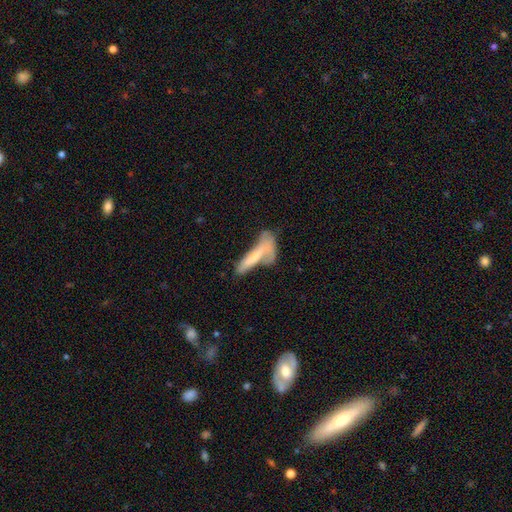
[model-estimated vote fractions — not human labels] smooth_or_featured: smooth (p=0.55) [alt: featured or disk p=0.36]
how_rounded: cigar-shaped (p=0.71) [alt: in between p=0.27]
merging: major disturbance (p=0.28) [alt: merger p=0.27]